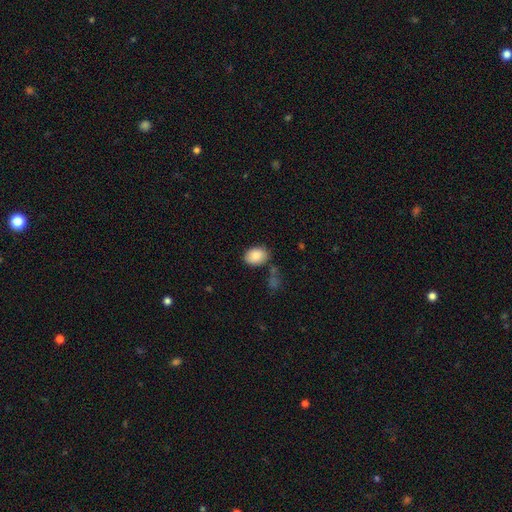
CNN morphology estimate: Smooth or featured: smooth — 86% (star or artifact — 7%)
How rounded: in between — 79% (round — 19%)
Merging: none — 76% (minor disturbance — 15%)